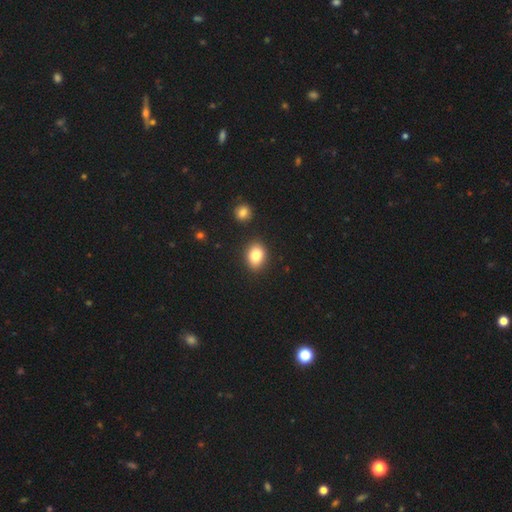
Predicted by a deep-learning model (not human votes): A smooth galaxy with no disk features (84%) that is in between round and cigar-shaped (66%).

Vote fractions:
- Smooth or featured? smooth: 84% / star or artifact: 9% / featured or disk: 7%
- How rounded? in between: 66% / round: 33% / cigar-shaped: 1%
- Merging? none: 84% / minor disturbance: 9% / merger: 4% / major disturbance: 2%